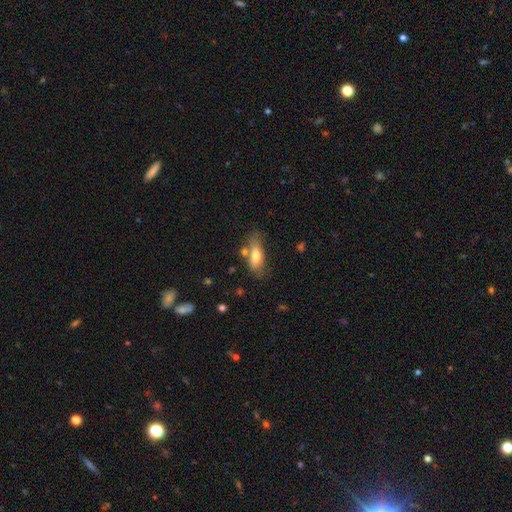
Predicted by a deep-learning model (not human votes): A smooth galaxy with no disk features (71%) that is in between round and cigar-shaped (73%).

Vote fractions:
- Smooth or featured? smooth: 71% / featured or disk: 21% / star or artifact: 7%
- How rounded? in between: 73% / cigar-shaped: 23% / round: 3%
- Merging? none: 60% / minor disturbance: 20% / merger: 14% / major disturbance: 7%